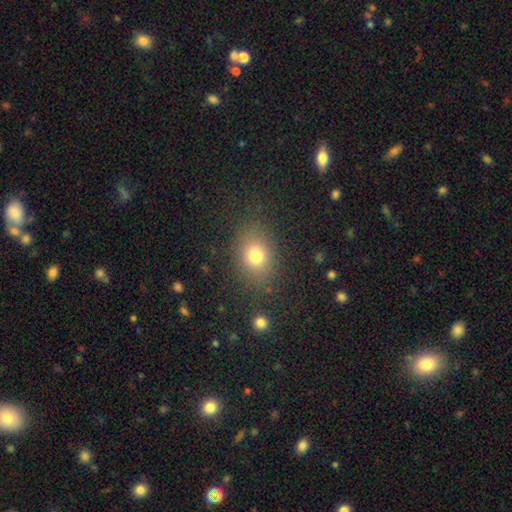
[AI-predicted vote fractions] Smooth or featured: smooth — 76% (star or artifact — 14%)
How rounded: in between — 58% (round — 41%)
Merging: none — 81% (minor disturbance — 11%)